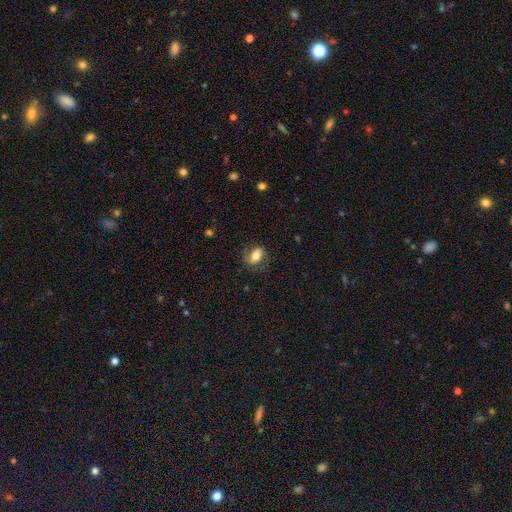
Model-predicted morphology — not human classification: This appears to be a smooth galaxy with no disk features (50%). Merging: none (70%).